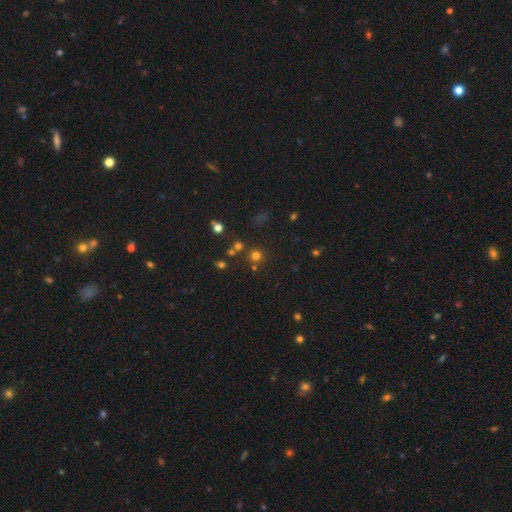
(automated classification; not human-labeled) Smooth or featured? smooth (66%)
How rounded? round (92%)
Merging? none (77%)